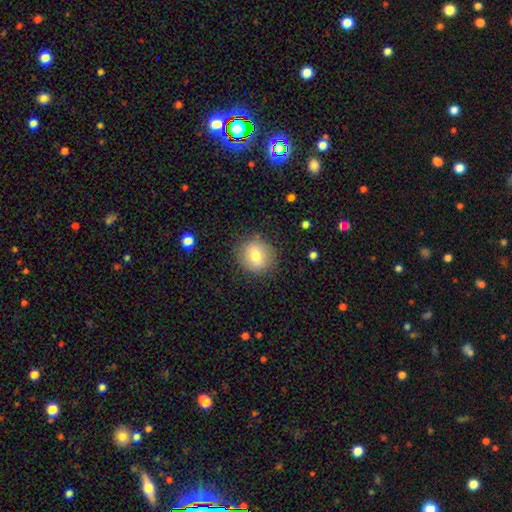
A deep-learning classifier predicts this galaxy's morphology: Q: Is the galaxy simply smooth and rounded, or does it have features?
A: smooth — 73%.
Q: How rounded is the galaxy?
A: round — 82%.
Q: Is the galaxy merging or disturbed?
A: none — 84%.